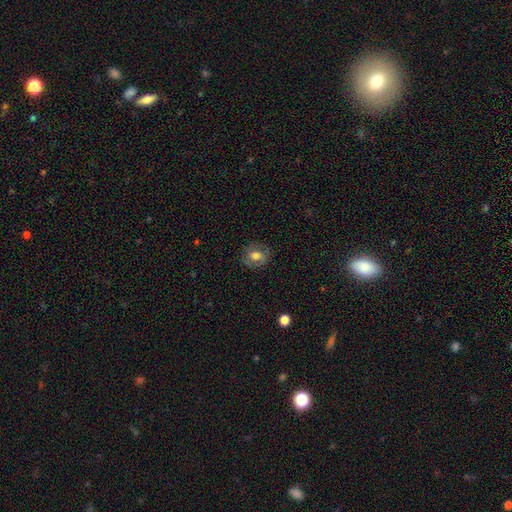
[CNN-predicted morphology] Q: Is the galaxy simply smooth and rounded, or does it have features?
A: smooth — 61%.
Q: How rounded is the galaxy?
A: round — 64%.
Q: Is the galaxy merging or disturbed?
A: none — 80%.